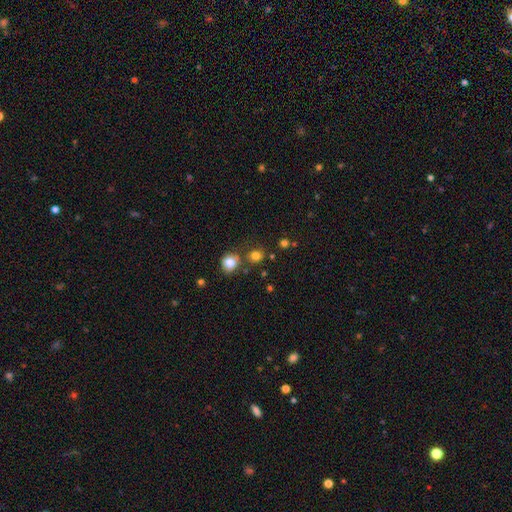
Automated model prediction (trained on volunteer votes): Smooth or featured? smooth (78%)
How rounded? round (79%)
Merging? none (70%)